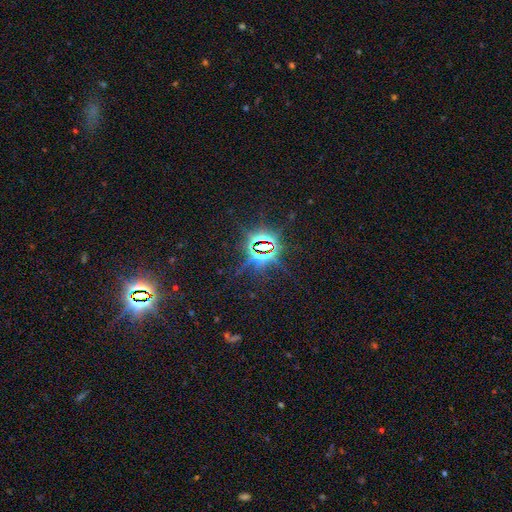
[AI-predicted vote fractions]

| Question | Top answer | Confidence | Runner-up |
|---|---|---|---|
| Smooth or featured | star or artifact | 86% | featured or disk (7%) |